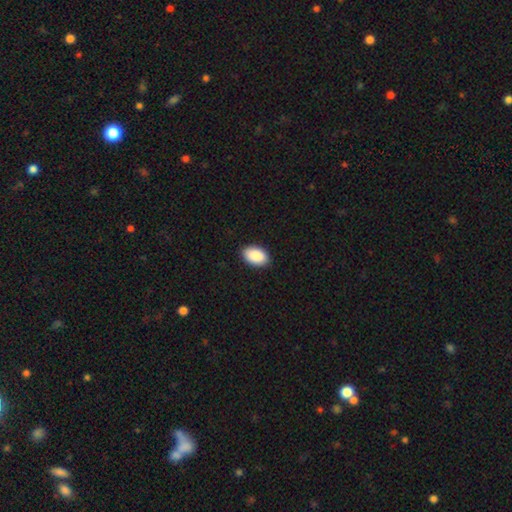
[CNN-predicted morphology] Smooth or featured: smooth — 91% (star or artifact — 6%)
How rounded: in between — 93% (round — 6%)
Merging: none — 90% (minor disturbance — 8%)